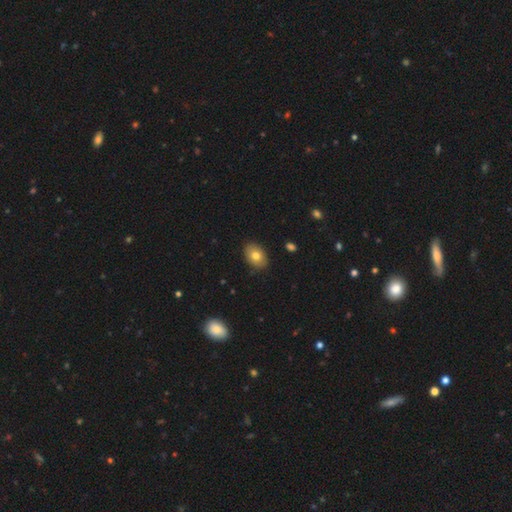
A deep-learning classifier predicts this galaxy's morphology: Smooth or featured? Predicted: smooth (p=0.78). How rounded? Predicted: in between (p=0.83). Merging? Predicted: none (p=0.88).